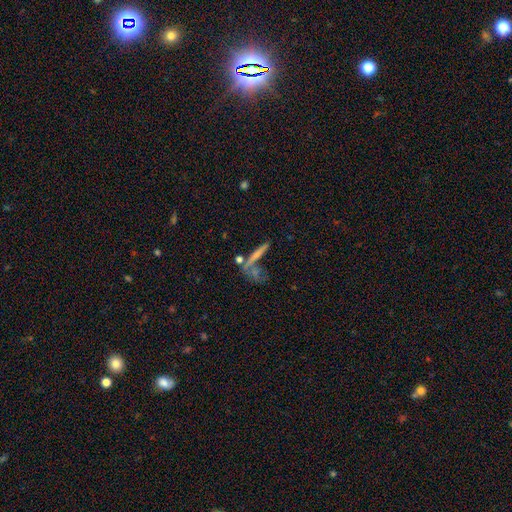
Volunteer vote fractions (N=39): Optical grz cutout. It shows a smooth galaxy with no disk features (54%) that is cigar-shaped (95%). Merging: none (69%).